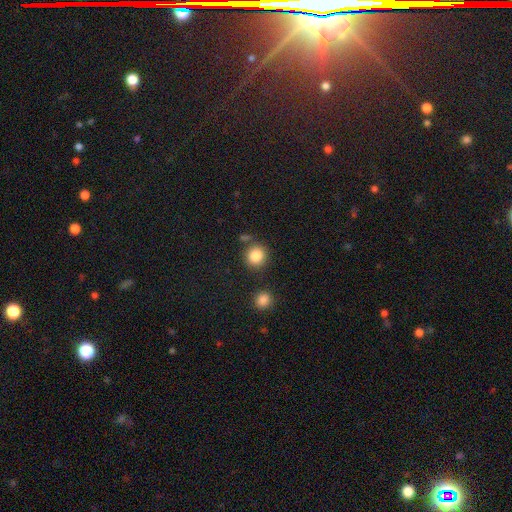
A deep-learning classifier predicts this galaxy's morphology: type=smooth (85%); roundness=round (90%); merging=none (79%).